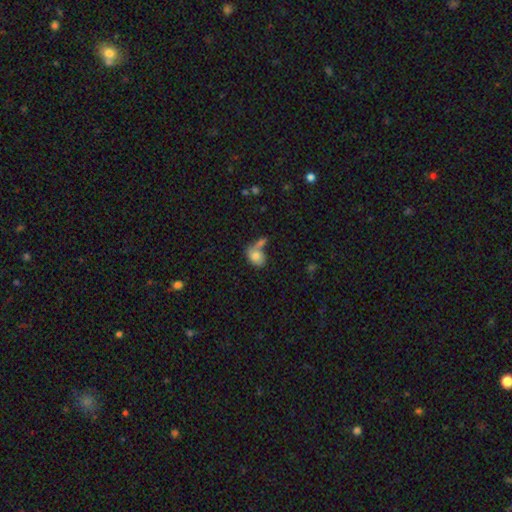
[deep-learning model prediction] A smooth galaxy with no disk features (79%) that is in between round and cigar-shaped (74%).

Vote fractions:
- Smooth or featured? smooth: 79% / featured or disk: 13% / star or artifact: 8%
- How rounded? in between: 74% / round: 25% / cigar-shaped: 2%
- Merging? merger: 40% / none: 37% / minor disturbance: 15% / major disturbance: 9%